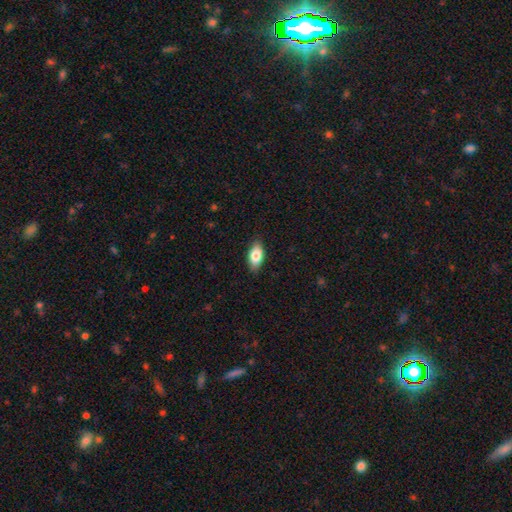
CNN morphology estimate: Q: Smooth or featured?
A: smooth (81%); runner-up: featured or disk (13%)
Q: How rounded?
A: in between (90%); runner-up: cigar-shaped (7%)
Q: Merging?
A: none (87%); runner-up: minor disturbance (10%)